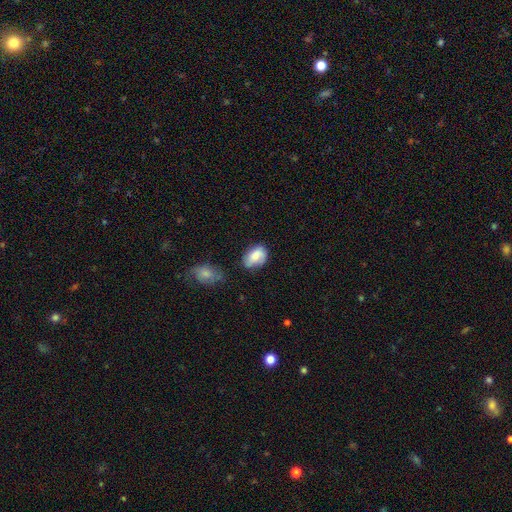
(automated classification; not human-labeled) A smooth galaxy with no disk features (75%) that is in between round and cigar-shaped (83%). Merging: none (54%).